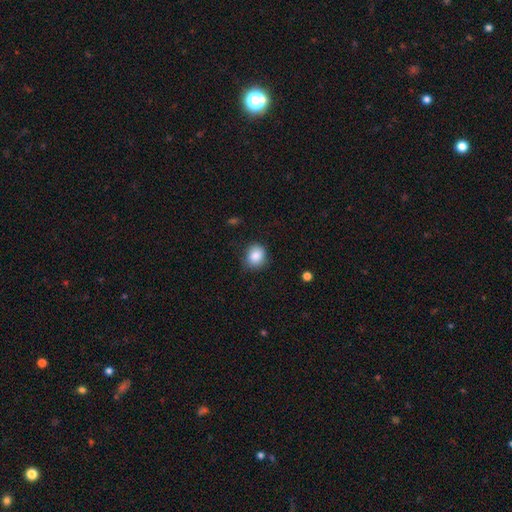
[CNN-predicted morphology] smooth-or-featured: smooth: 86% | star or artifact: 9% | featured or disk: 5%
  how-rounded: round: 75% | in between: 24% | cigar-shaped: 1%
  merging: none: 77% | minor disturbance: 18% | major disturbance: 4% | merger: 1%